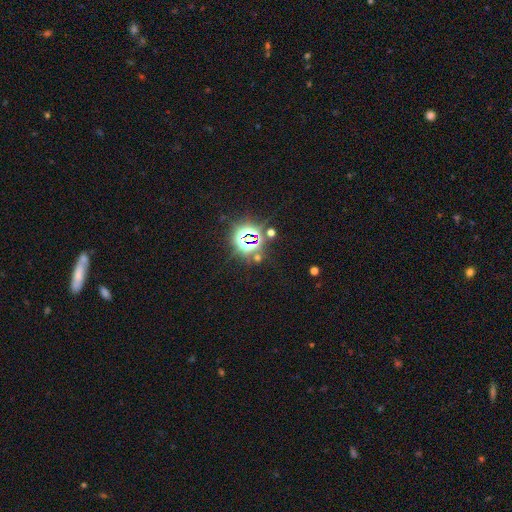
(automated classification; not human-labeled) Smooth or featured? star or artifact (81%)